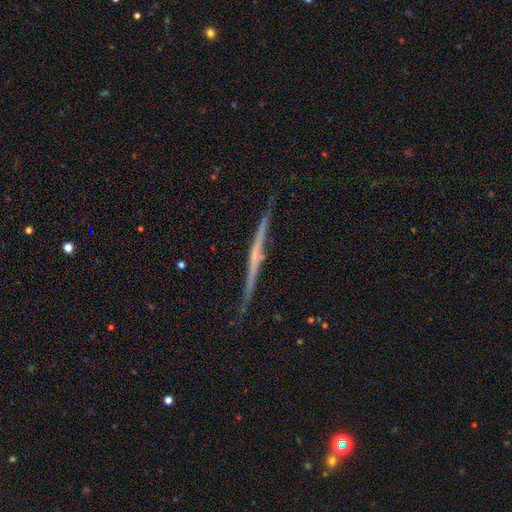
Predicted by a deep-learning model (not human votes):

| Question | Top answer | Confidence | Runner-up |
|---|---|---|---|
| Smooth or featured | featured or disk | 74% | smooth (20%) |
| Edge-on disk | yes | 98% | no (2%) |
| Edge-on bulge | none | 67% | rounded (23%) |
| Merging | none | 85% | minor disturbance (11%) |